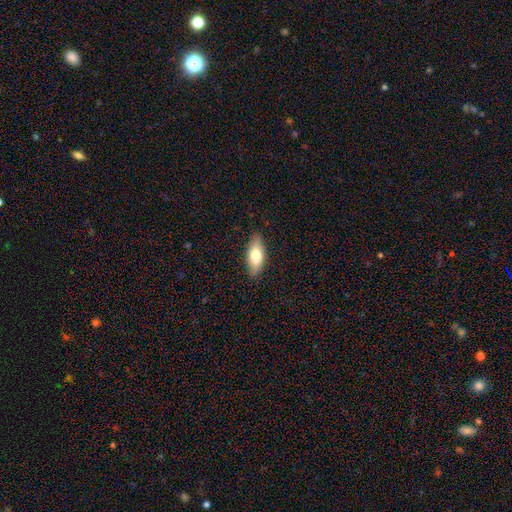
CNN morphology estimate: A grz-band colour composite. It shows a smooth galaxy with no disk features (74%) that is in between round and cigar-shaped (81%). Merging: none (87%).